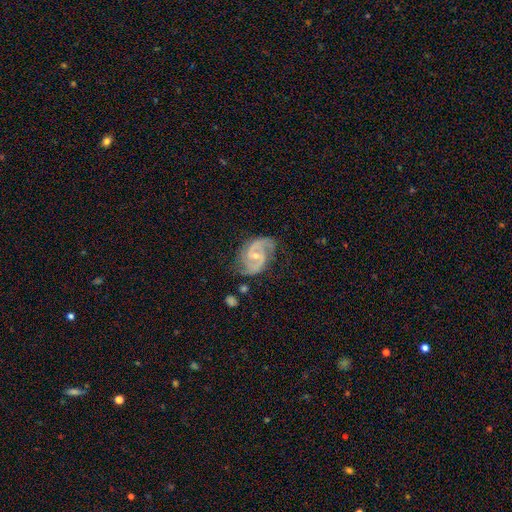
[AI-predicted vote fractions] A featured or disk galaxy (89%) with a weak bar (49%), 2 (88%) medium (56%) spiral arms (97%) and a small central bulge (59%). Merging: none (69%).